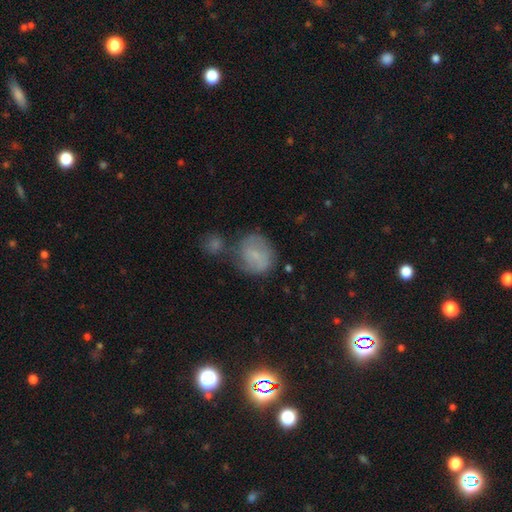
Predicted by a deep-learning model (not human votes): smooth_or_featured: smooth (p=0.57) [alt: featured or disk p=0.32]
how_rounded: round (p=0.69) [alt: in between p=0.29]
merging: none (p=0.45) [alt: merger p=0.25]